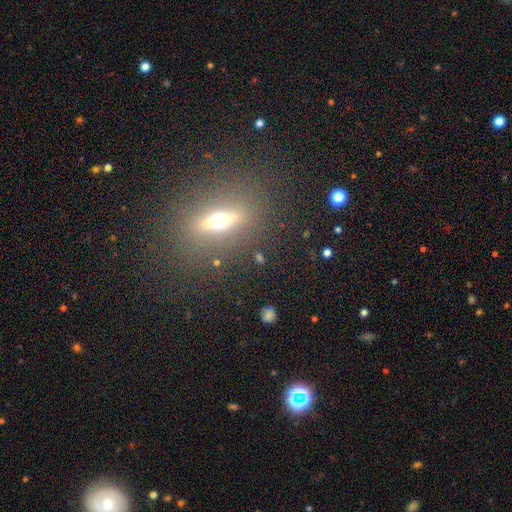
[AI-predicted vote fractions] Smooth or featured? Predicted: featured or disk (p=0.49). Merging? Predicted: none (p=0.85).